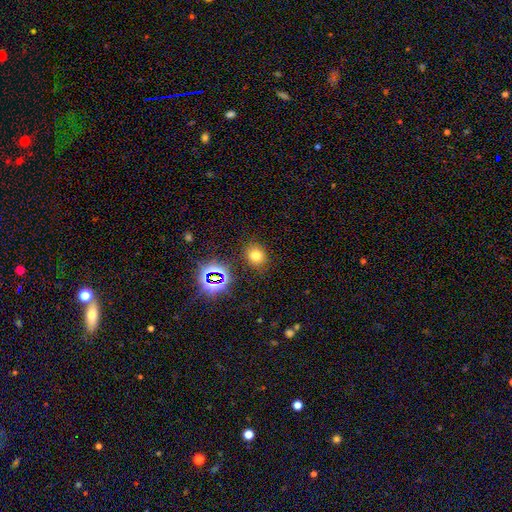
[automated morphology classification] Smooth or featured: smooth — 69% (star or artifact — 23%)
How rounded: round — 73% (in between — 26%)
Merging: none — 85% (minor disturbance — 9%)